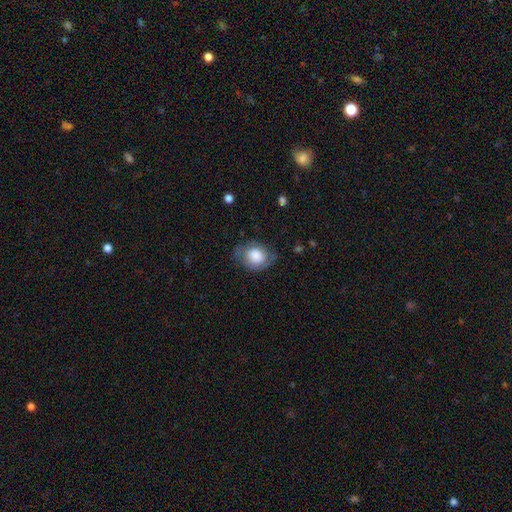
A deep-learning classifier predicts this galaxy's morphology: This is likely a smooth galaxy (72%). How rounded: possibly in between (52%). Merging: likely none (63%).